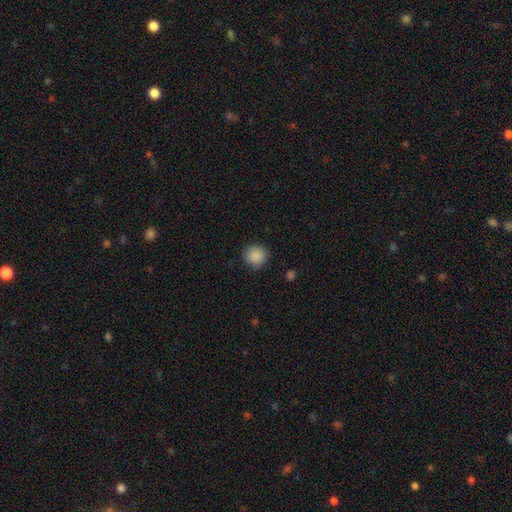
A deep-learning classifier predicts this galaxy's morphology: Overall: smooth (88%). How rounded: round (92%). Merging: none (89%).